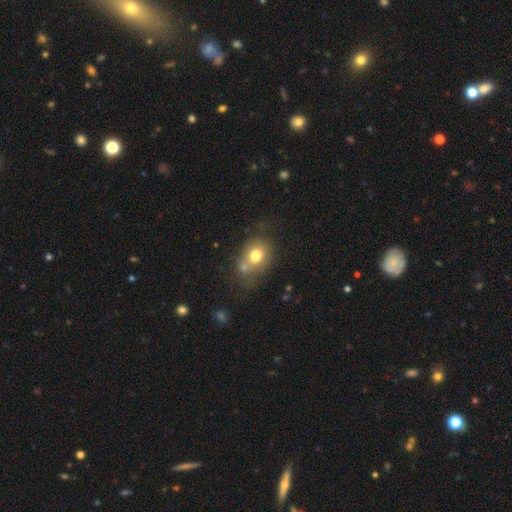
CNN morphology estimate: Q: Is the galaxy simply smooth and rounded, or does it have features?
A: smooth — 73%.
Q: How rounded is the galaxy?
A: round — 55%.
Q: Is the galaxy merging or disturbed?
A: none — 46%.